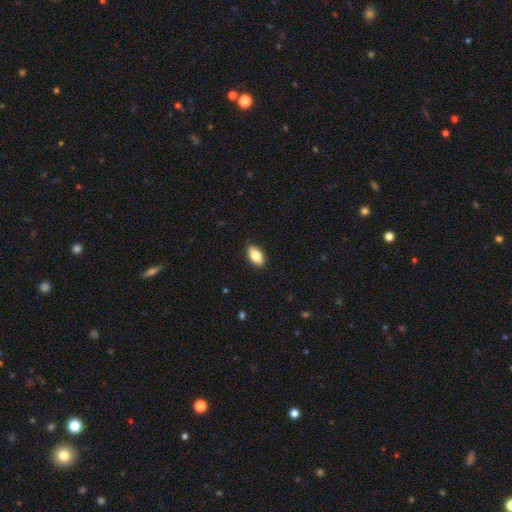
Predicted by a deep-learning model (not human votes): Q: Smooth or featured?
A: smooth (82%); runner-up: featured or disk (11%)
Q: How rounded?
A: in between (91%); runner-up: cigar-shaped (5%)
Q: Merging?
A: none (88%); runner-up: minor disturbance (9%)